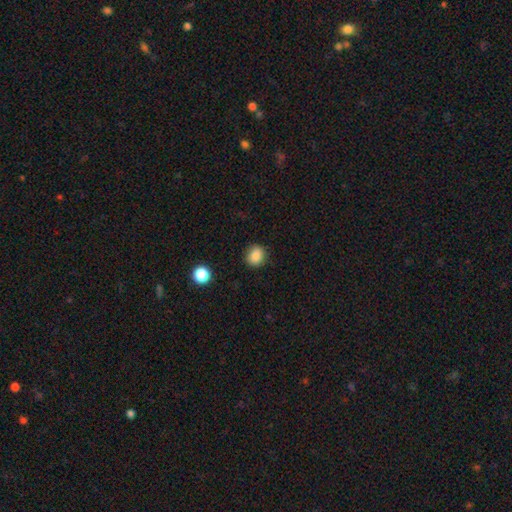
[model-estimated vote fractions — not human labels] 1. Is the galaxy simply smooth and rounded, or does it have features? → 86% smooth, 10% star or artifact, 4% featured or disk.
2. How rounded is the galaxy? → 83% round, 16% in between, 1% cigar-shaped.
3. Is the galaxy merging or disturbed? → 88% none, 8% minor disturbance, 2% major disturbance, 1% merger.